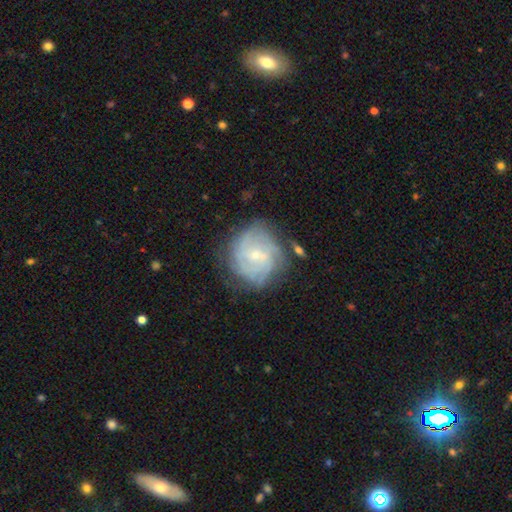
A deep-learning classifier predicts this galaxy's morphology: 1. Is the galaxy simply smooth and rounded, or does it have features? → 73% featured or disk, 20% smooth, 8% star or artifact.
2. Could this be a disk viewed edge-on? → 98% no, 2% yes.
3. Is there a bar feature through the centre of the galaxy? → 57% no, 37% weak, 6% strong.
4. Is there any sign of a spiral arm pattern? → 84% yes, 16% no.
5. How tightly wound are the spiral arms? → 62% tight, 29% medium, 10% loose.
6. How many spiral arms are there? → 47% can't tell, 16% 4, 15% 3, 12% 2, 5% more than 4, 5% 1.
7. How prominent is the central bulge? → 75% small, 20% moderate, 3% none, 1% large, 1% dominant.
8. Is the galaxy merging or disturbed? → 63% none, 22% minor disturbance, 11% major disturbance, 5% merger.